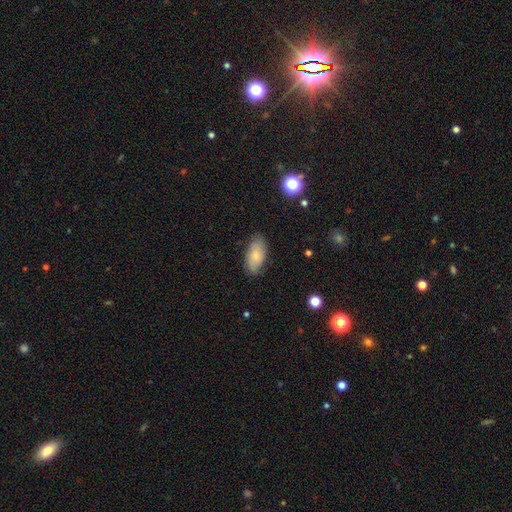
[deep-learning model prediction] smooth_or_featured: smooth (p=0.69) [alt: featured or disk p=0.24]
how_rounded: in between (p=0.93) [alt: cigar-shaped p=0.04]
merging: none (p=0.79) [alt: minor disturbance p=0.17]